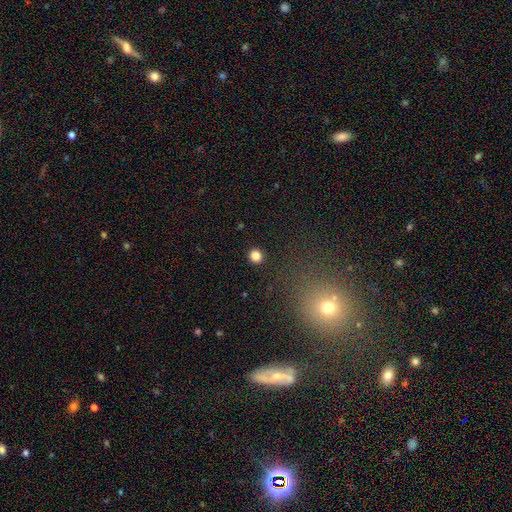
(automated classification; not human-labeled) Overall: smooth (83%). How rounded: round (89%). Merging: none (92%).